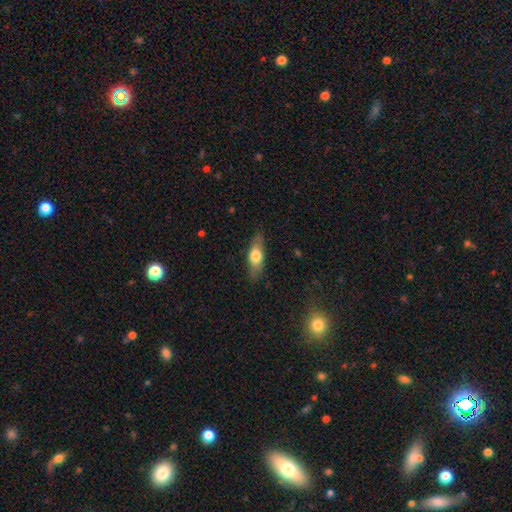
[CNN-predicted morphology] Overall: smooth (60%; featured or disk 33%). How rounded: in between (56%; cigar-shaped 39%). Merging: none (83%).